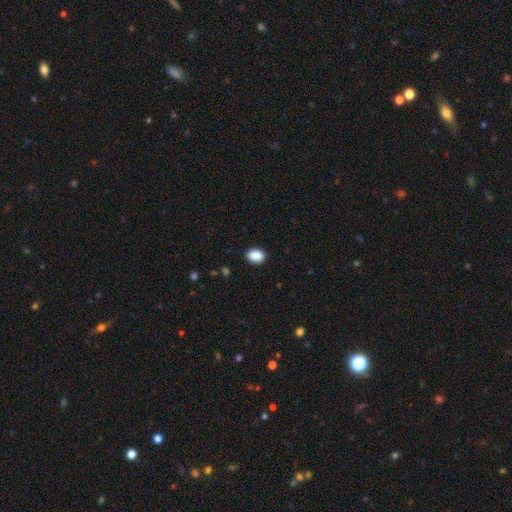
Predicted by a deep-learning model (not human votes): smooth 89%, star or artifact 8%, featured or disk 3%. Down the decision tree: how rounded — in between (74%); merging — none (89%).